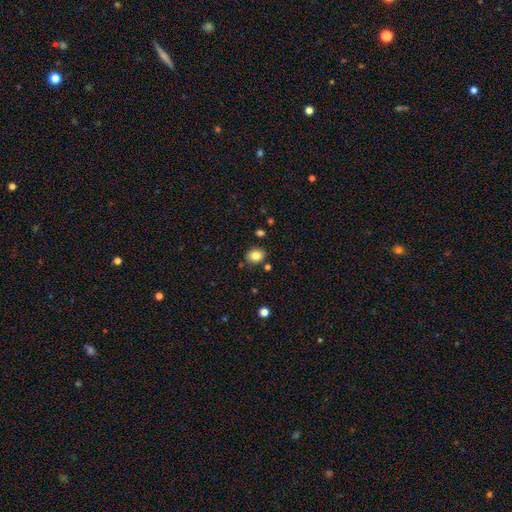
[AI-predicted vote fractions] smooth_or_featured: smooth (p=0.82) [alt: star or artifact p=0.10]
how_rounded: round (p=0.53) [alt: in between p=0.46]
merging: none (p=0.83) [alt: minor disturbance p=0.11]